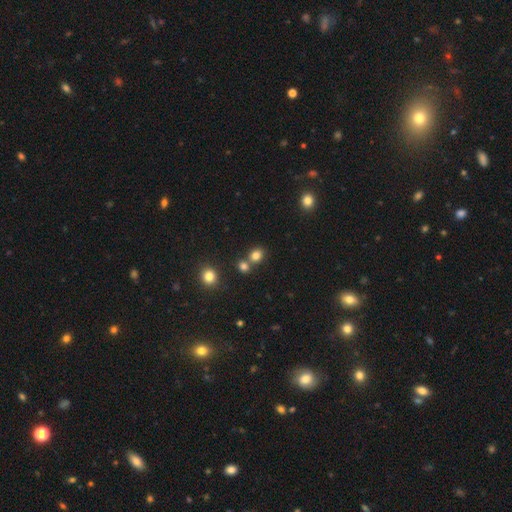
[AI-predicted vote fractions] Morphology: type=smooth (80%); roundness=round (64%); merging=none (60%).